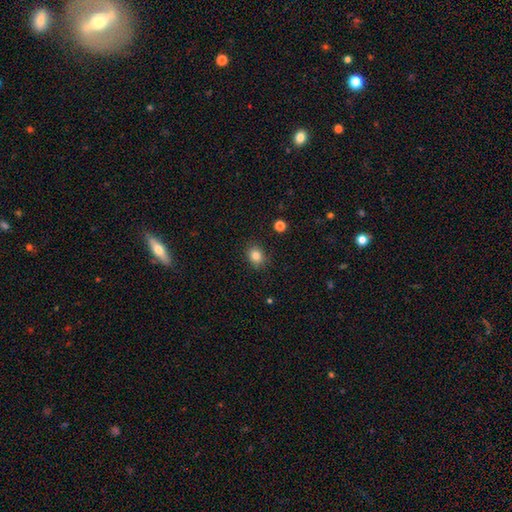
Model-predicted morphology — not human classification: Smooth or featured: smooth — 84% (star or artifact — 11%)
How rounded: round — 65% (in between — 34%)
Merging: none — 87% (minor disturbance — 9%)